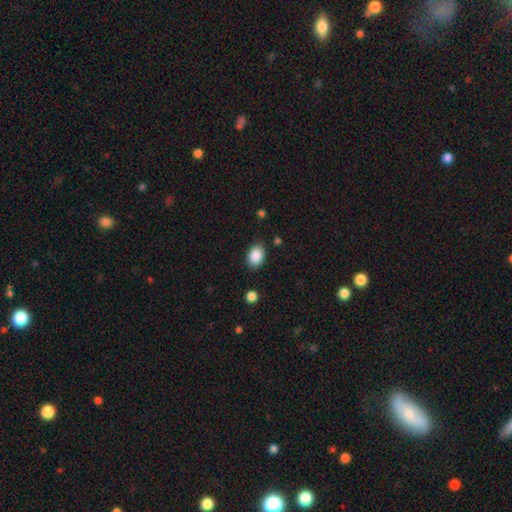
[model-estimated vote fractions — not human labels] Morphology: type=smooth (88%); roundness=in between (78%); merging=none (84%).